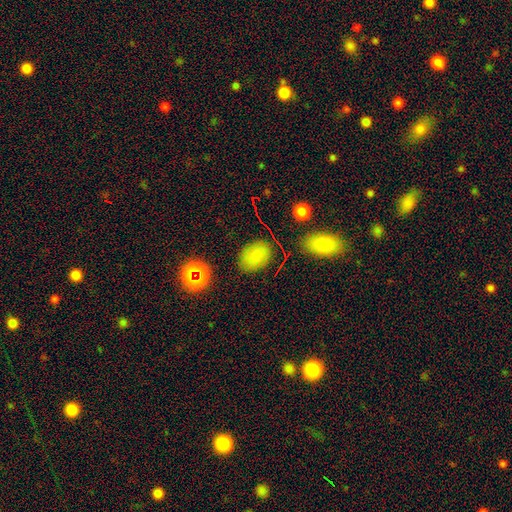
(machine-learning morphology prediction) This appears to be a smooth galaxy with no disk features (76%) that is in between round and cigar-shaped (81%). Merging: none (82%).